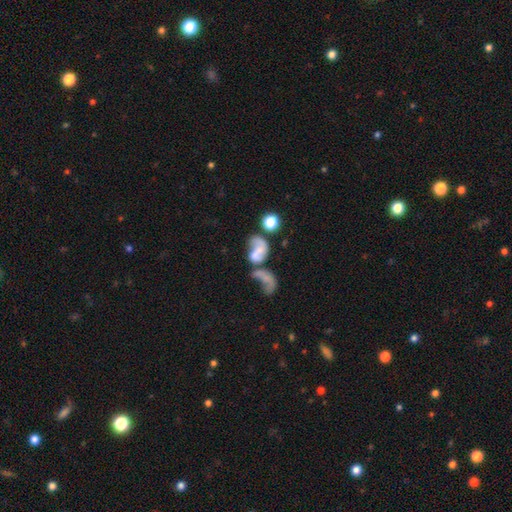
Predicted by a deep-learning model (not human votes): Smooth or featured? featured or disk (44%)
Merging? merger (54%)